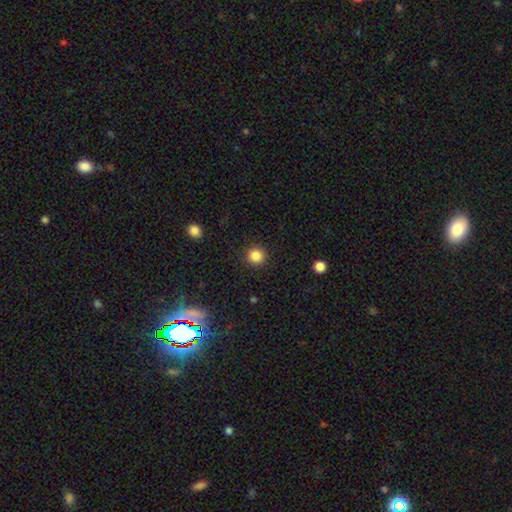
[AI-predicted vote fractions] smooth 85%, star or artifact 11%, featured or disk 3%. Down the decision tree: how rounded — round (95%); merging — none (92%).